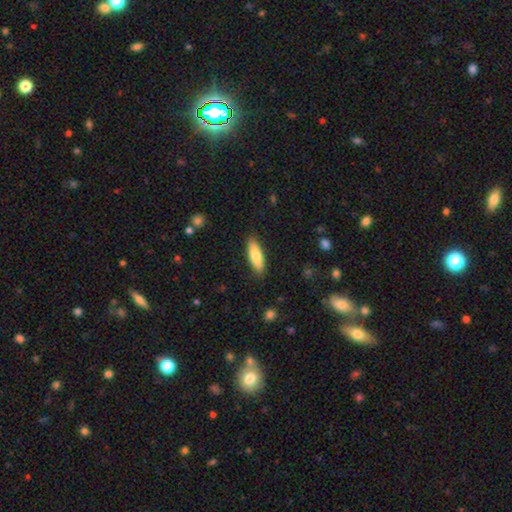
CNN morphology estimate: A smooth galaxy with no disk features (77%) that is in between round and cigar-shaped (50%). Merging: none (87%).